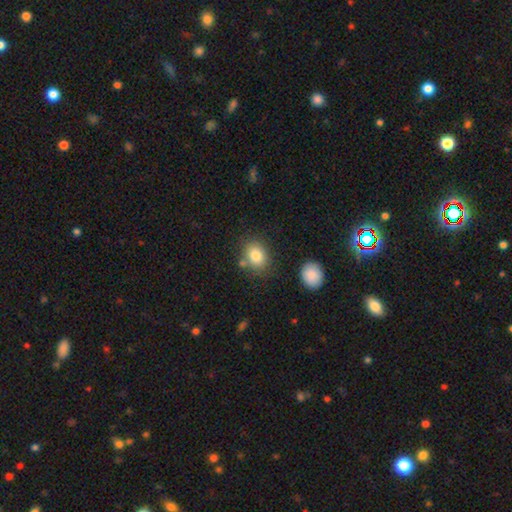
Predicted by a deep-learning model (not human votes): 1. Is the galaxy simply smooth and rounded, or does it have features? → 82% smooth, 9% star or artifact, 8% featured or disk.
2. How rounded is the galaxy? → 57% in between, 42% round, 1% cigar-shaped.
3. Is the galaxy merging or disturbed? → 72% none, 14% minor disturbance, 10% merger, 4% major disturbance.